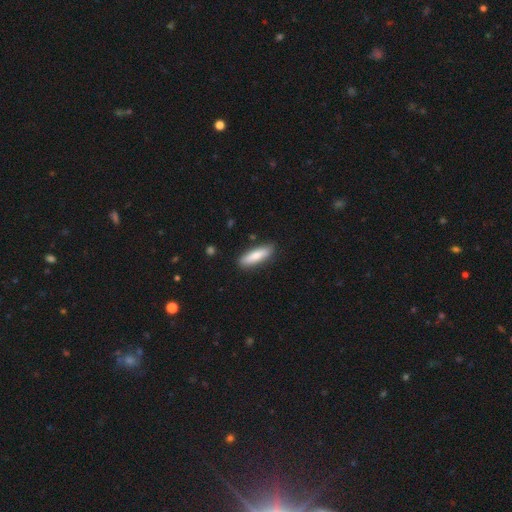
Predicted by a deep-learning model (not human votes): A smooth galaxy with no disk features (79%) that is cigar-shaped (58%). Merging: none (86%).